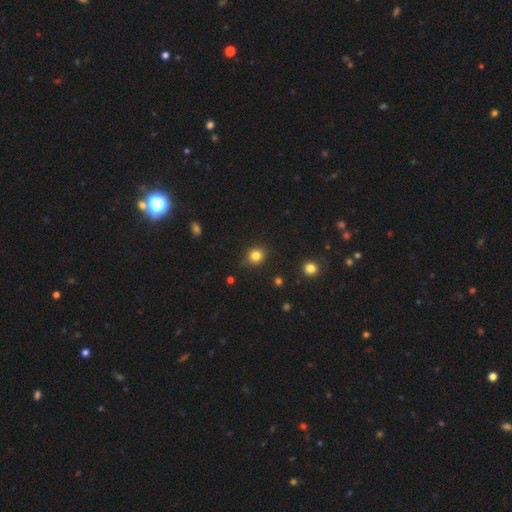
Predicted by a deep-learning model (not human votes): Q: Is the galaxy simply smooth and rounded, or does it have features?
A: smooth — 81%.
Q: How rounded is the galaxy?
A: round — 87%.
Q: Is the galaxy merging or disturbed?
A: none — 84%.